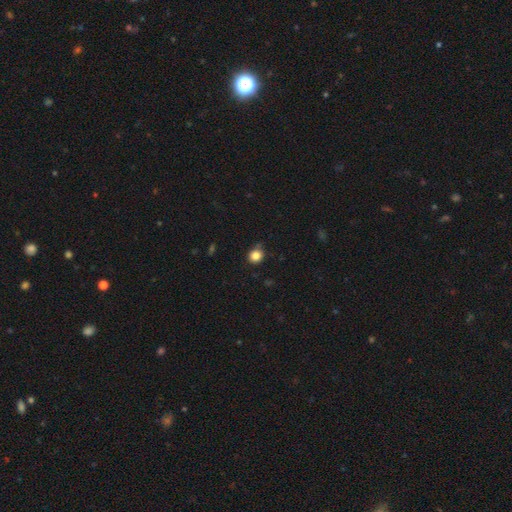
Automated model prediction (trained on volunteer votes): smooth 83%, star or artifact 12%, featured or disk 5%. Down the decision tree: how rounded — round (83%); merging — none (78%).